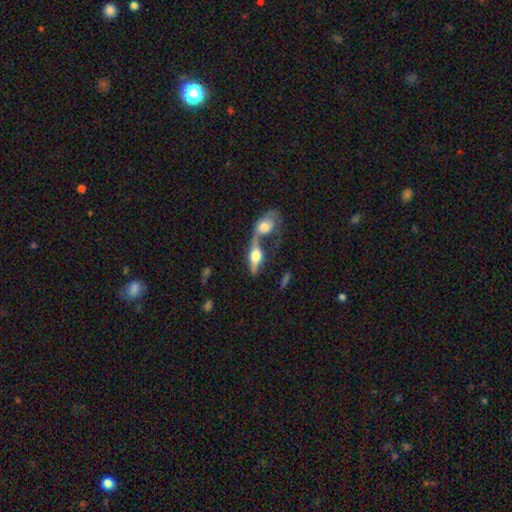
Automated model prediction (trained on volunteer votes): A featured or disk galaxy (65%) viewed edge-on (80%) with a rounded central bulge (94%). Merging: merger (59%).